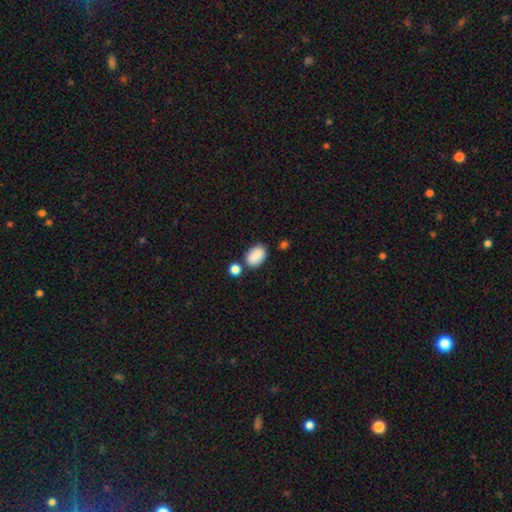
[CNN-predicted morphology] The model was most divided on "merging": none: 72%, minor disturbance: 13%, merger: 11%, major disturbance: 3%. More confident: how rounded — in between (90%); smooth or featured — smooth (88%).